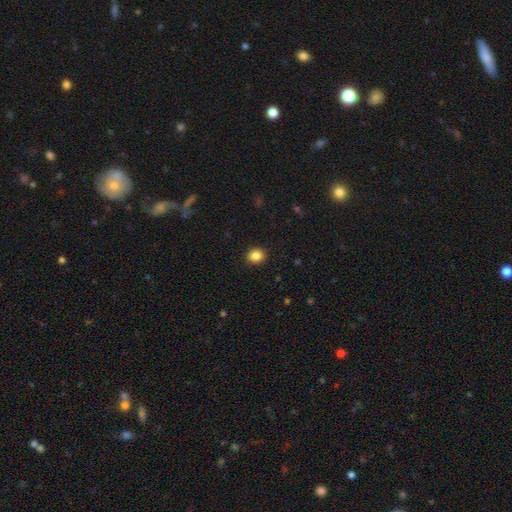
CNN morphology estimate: Overall: smooth (86%). How rounded: round (66%; in between 33%). Merging: none (91%).